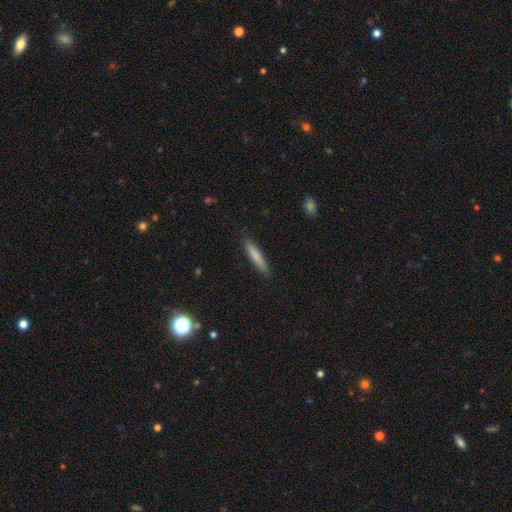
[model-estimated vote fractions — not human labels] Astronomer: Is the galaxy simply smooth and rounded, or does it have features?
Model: smooth — 80%.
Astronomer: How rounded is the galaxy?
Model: cigar-shaped — 92%.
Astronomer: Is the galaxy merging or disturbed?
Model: none — 89%.